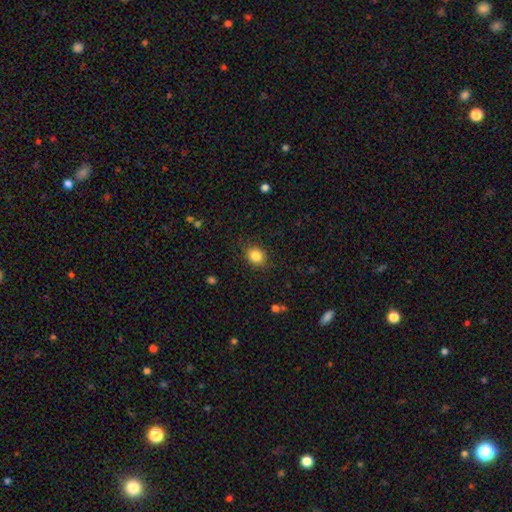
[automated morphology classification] Smooth or featured? smooth (85%)
How rounded? round (55%)
Merging? none (85%)